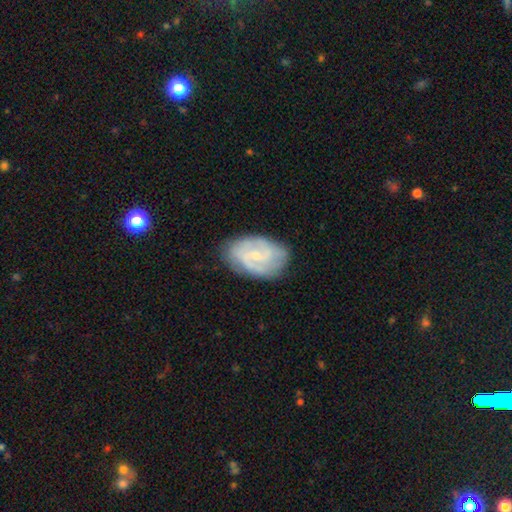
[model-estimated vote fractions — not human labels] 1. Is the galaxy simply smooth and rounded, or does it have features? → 77% featured or disk, 18% smooth, 6% star or artifact.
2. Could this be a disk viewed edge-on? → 97% no, 3% yes.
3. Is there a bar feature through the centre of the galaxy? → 49% weak, 40% no, 10% strong.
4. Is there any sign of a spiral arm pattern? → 91% yes, 9% no.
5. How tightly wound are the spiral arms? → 45% medium, 38% tight, 17% loose.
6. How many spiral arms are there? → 60% 2, 20% can't tell, 11% 3, 3% 1, 3% 4, 3% more than 4.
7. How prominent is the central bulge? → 73% small, 21% moderate, 5% none, 1% large, 1% dominant.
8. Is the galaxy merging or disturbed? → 76% none, 18% minor disturbance, 5% major disturbance, 1% merger.